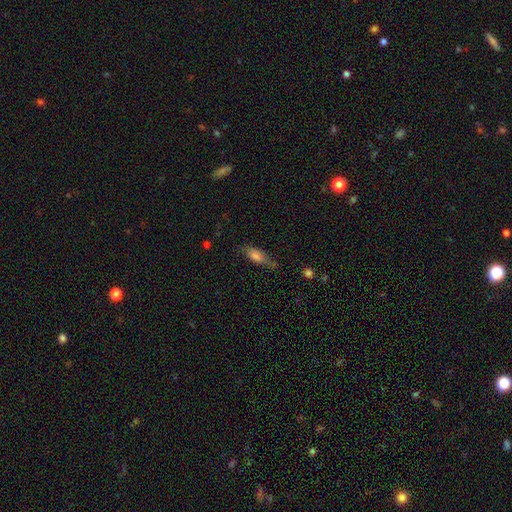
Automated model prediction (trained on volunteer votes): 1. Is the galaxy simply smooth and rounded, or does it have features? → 70% smooth, 21% featured or disk, 9% star or artifact.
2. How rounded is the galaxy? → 63% in between, 34% cigar-shaped, 3% round.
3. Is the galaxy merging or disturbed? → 56% none, 30% minor disturbance, 11% major disturbance, 3% merger.